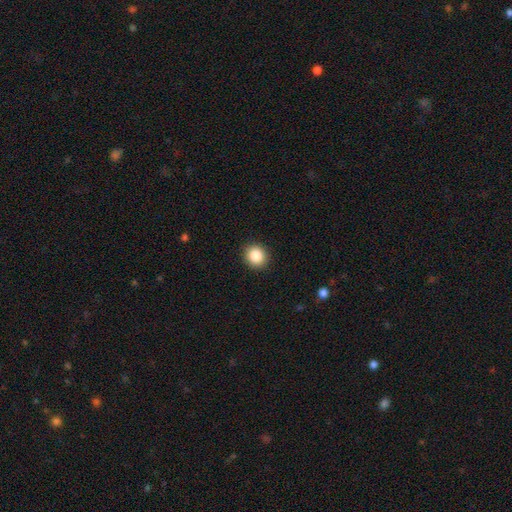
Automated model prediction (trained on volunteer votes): Smooth or featured? smooth (86%)
How rounded? round (83%)
Merging? none (92%)